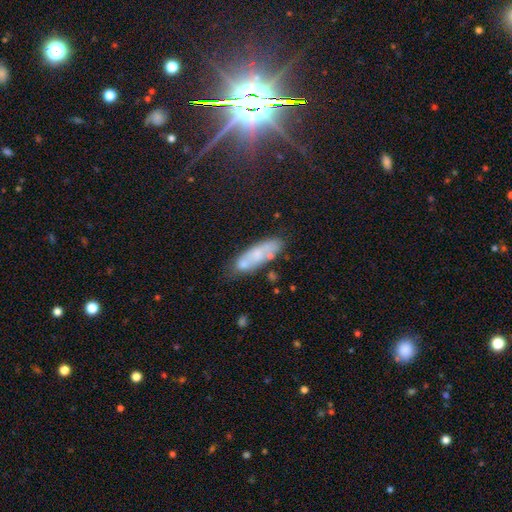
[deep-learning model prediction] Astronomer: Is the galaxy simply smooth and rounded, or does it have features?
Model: smooth — 62%.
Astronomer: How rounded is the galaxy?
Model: in between — 56% (runner-up: cigar-shaped, 41%).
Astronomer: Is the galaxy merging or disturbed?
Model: none — 57%.